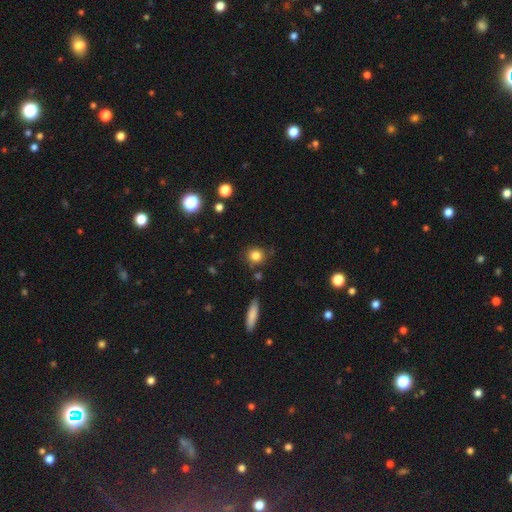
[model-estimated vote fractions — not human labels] This is clearly a smooth galaxy (83%). How rounded: clearly round (86%). Merging: likely none (80%).